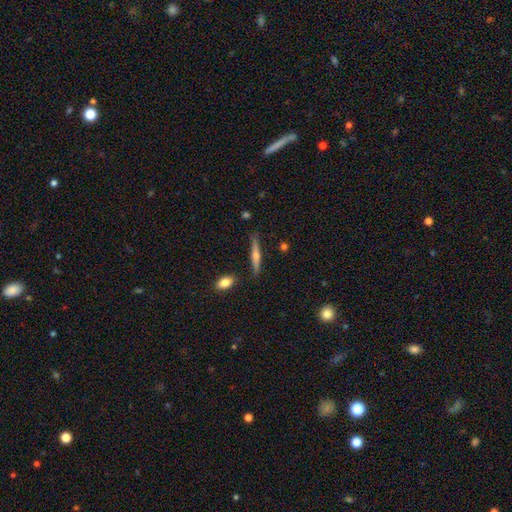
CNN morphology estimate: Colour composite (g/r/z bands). It shows a featured or disk galaxy (61%) viewed edge-on (96%) with a rounded central bulge (86%). Merging: none (84%).